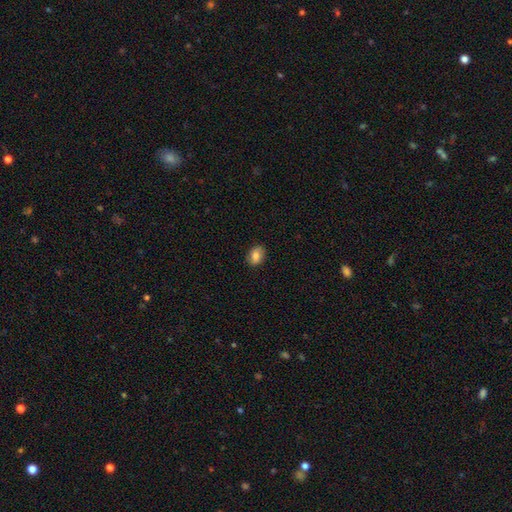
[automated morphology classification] smooth-or-featured: smooth: 80% | featured or disk: 11% | star or artifact: 9%
  how-rounded: in between: 69% | round: 30% | cigar-shaped: 1%
  merging: none: 86% | minor disturbance: 11% | major disturbance: 2% | merger: 1%